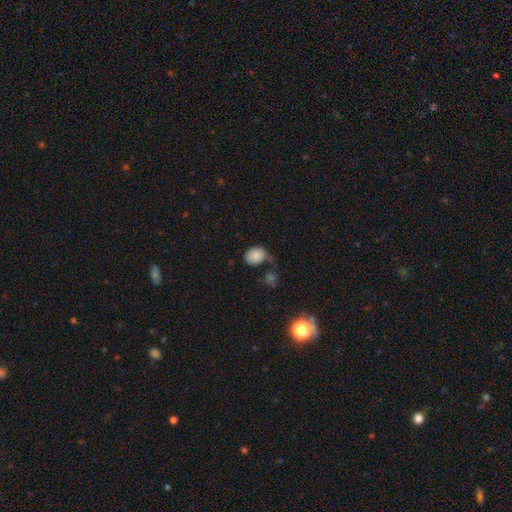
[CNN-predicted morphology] smooth-or-featured: smooth: 84% | star or artifact: 11% | featured or disk: 6%
  how-rounded: round: 50% | in between: 49% | cigar-shaped: 1%
  merging: none: 57% | minor disturbance: 23% | merger: 12% | major disturbance: 8%